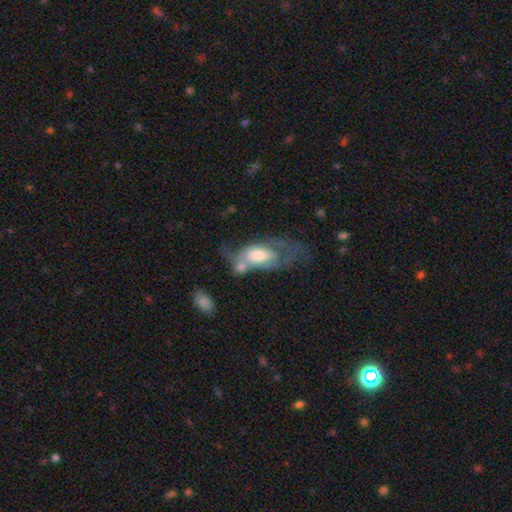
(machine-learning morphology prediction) type=featured or disk (56%); edge-on=no (88%); merging=major disturbance (36%).